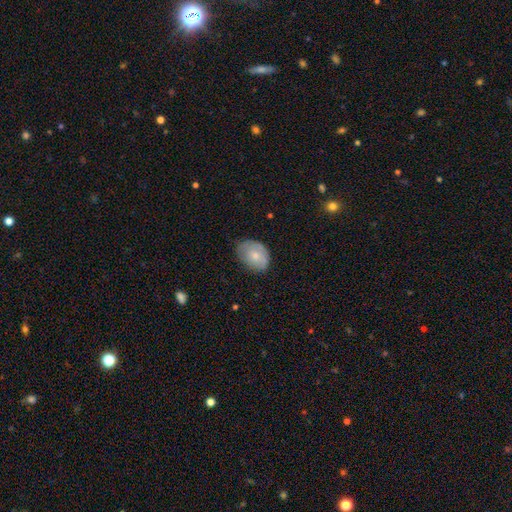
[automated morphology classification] This appears to be a smooth galaxy with no disk features (68%) that is in between round and cigar-shaped (73%). Merging: none (66%).